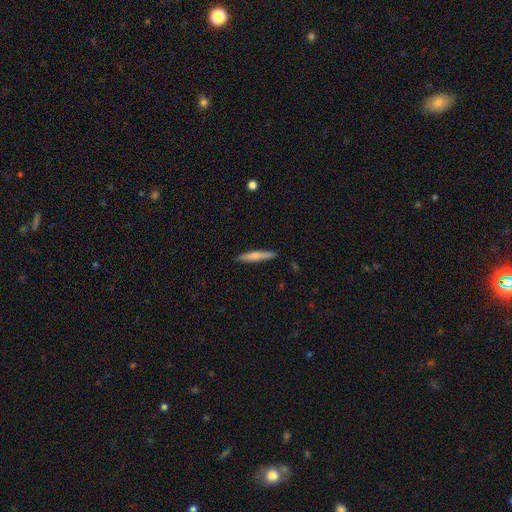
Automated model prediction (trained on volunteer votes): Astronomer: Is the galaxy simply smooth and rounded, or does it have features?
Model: smooth — 68%.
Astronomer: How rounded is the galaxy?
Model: cigar-shaped — 93%.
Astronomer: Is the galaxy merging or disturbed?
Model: none — 90%.